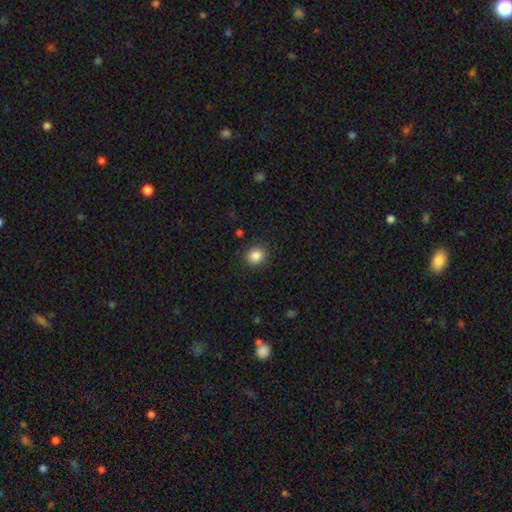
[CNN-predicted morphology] Smooth or featured?
  - smooth: 86% *
  - star or artifact: 10%
  - featured or disk: 4%
How rounded?
  - round: 80% *
  - in between: 19%
  - cigar-shaped: 1%
Merging?
  - none: 89% *
  - minor disturbance: 7%
  - major disturbance: 2%
  - merger: 1%